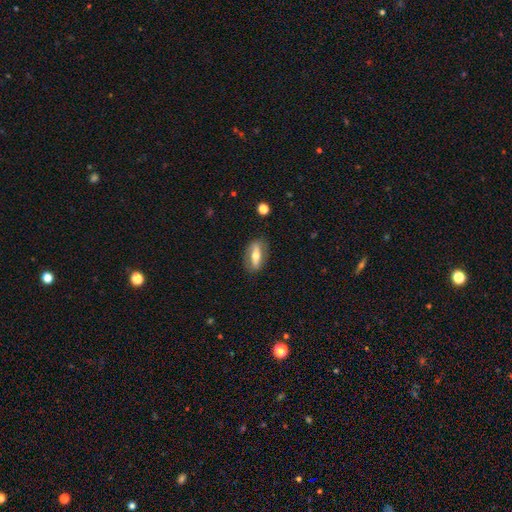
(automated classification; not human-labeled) smooth-or-featured: featured or disk: 54% | smooth: 39% | star or artifact: 7%
  disk-edge-on: no: 61% | yes: 39%
  merging: none: 80% | minor disturbance: 14% | major disturbance: 5% | merger: 1%